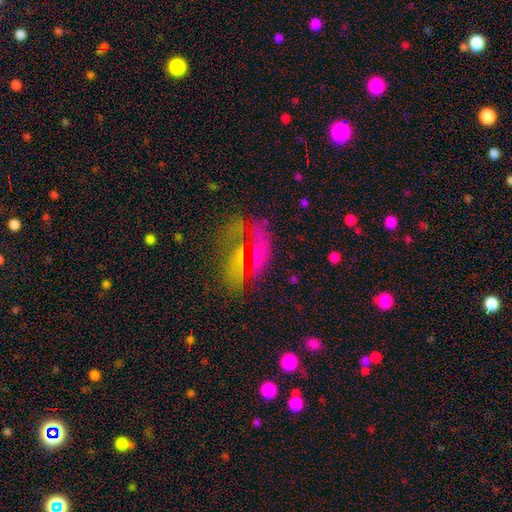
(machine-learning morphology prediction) This is marginally a smooth galaxy (37%). Merging: likely none (61%).